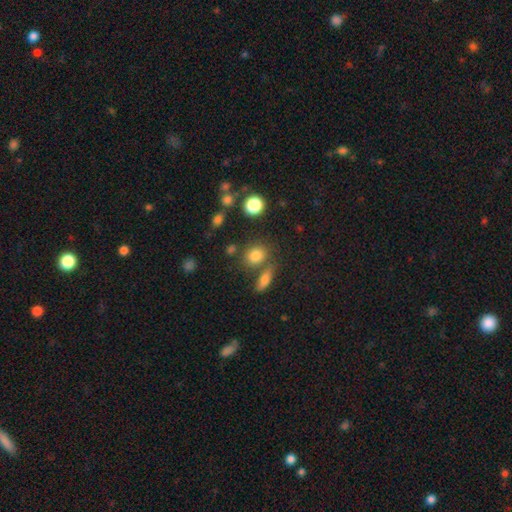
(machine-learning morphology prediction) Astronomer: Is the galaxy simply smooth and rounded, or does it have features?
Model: smooth — 79%.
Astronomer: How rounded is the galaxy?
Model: round — 62%.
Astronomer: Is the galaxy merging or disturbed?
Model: none — 65%.